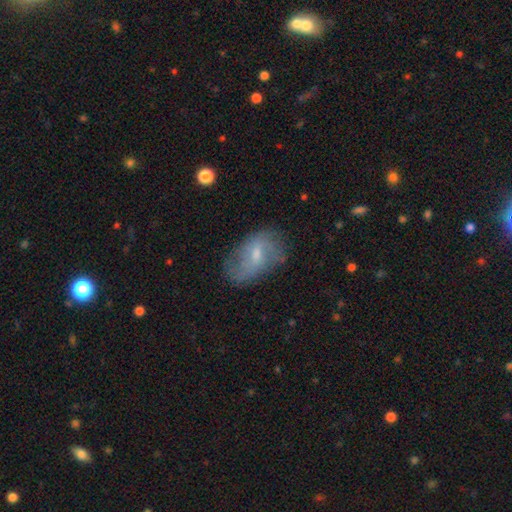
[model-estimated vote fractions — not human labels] Q: Smooth or featured?
A: featured or disk (53%); runner-up: smooth (39%)
Q: Edge-on disk?
A: no (94%); runner-up: yes (6%)
Q: Merging?
A: none (63%); runner-up: minor disturbance (24%)